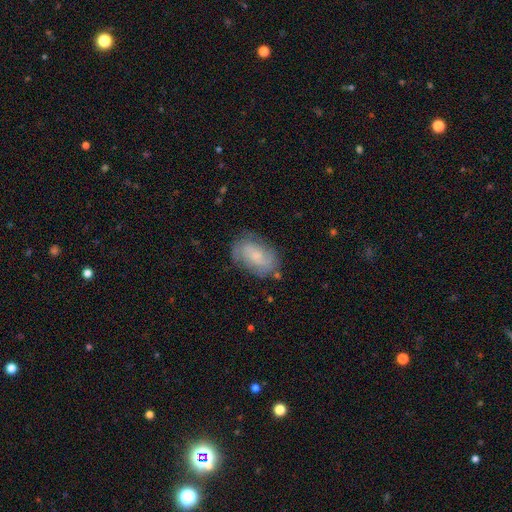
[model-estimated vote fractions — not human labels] This appears to be a featured or disk galaxy (51%). Merging: none (69%).